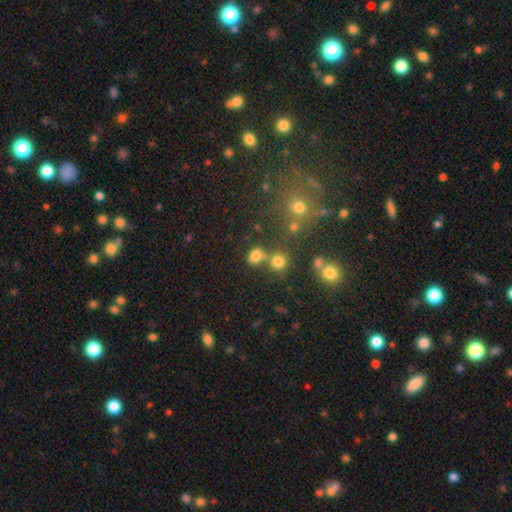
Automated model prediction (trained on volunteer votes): Smooth or featured? Predicted: smooth (p=0.76). How rounded? Predicted: round (p=0.52). Merging? Predicted: none (p=0.58).